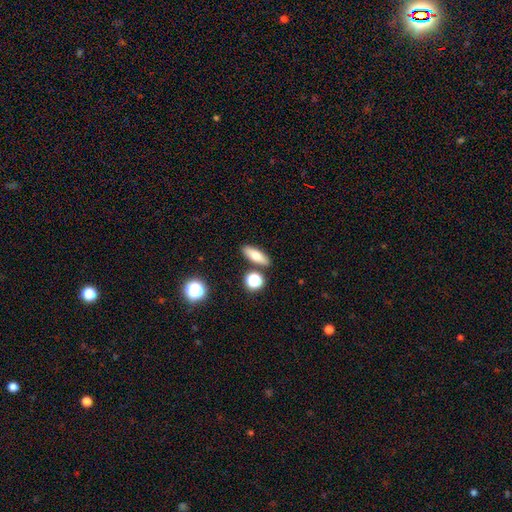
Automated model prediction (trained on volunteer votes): This appears to be a smooth galaxy with no disk features (72%) that is in between round and cigar-shaped (59%). Merging: none (83%).